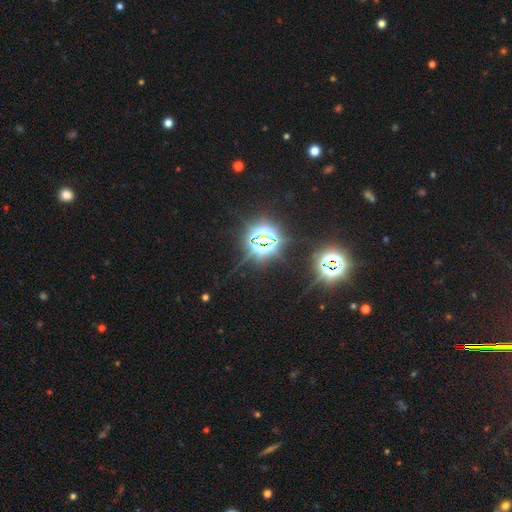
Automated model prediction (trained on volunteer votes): Smooth or featured?
  - star or artifact: 83% *
  - smooth: 11%
  - featured or disk: 6%